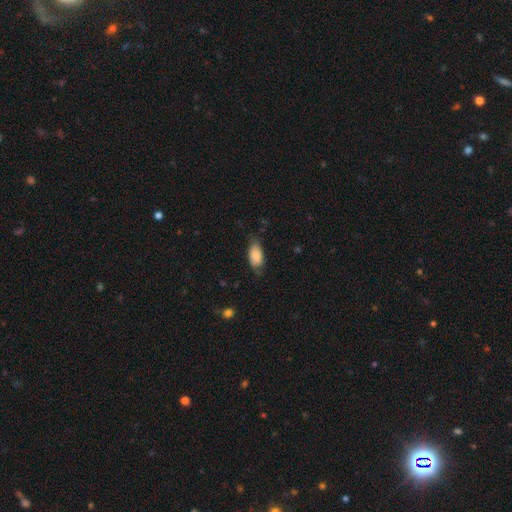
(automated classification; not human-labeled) Overall: smooth (82%). How rounded: in between (90%). Merging: none (62%; minor disturbance 29%).